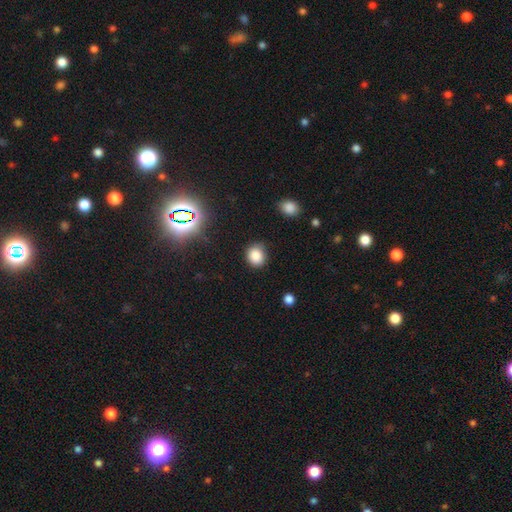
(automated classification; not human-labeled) smooth 83%, star or artifact 12%, featured or disk 5%. Down the decision tree: how rounded — round (76%); merging — none (81%).